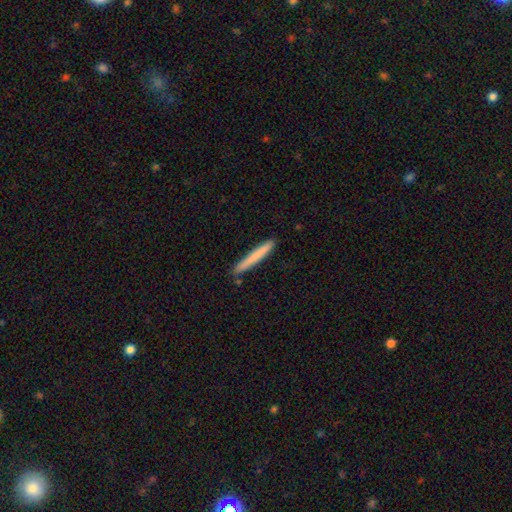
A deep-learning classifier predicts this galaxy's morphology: smooth-or-featured: smooth: 75% | featured or disk: 20% | star or artifact: 5%
  how-rounded: cigar-shaped: 97% | in between: 2% | round: 1%
  merging: none: 89% | minor disturbance: 8% | merger: 2% | major disturbance: 1%